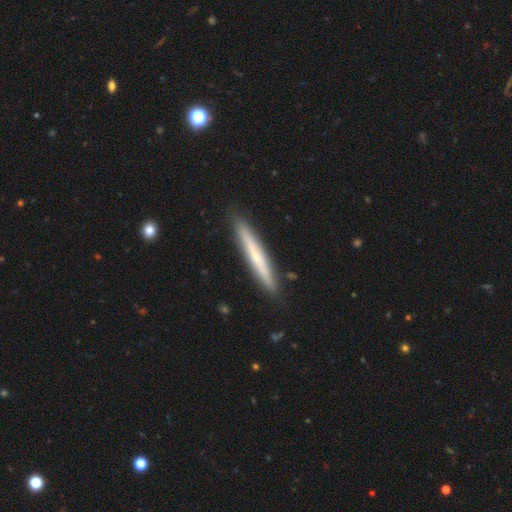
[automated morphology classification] Q: Smooth or featured?
A: featured or disk (50%); runner-up: smooth (44%)
Q: Edge-on disk?
A: yes (94%); runner-up: no (6%)
Q: Merging?
A: none (90%); runner-up: minor disturbance (7%)